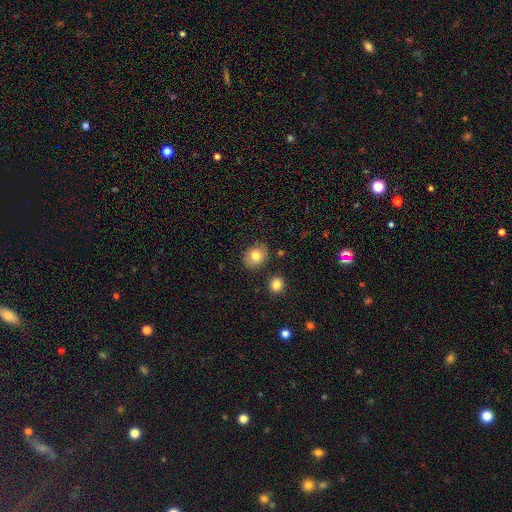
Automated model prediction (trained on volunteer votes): Overall: smooth (79%). How rounded: round (56%; in between 43%). Merging: none (85%).